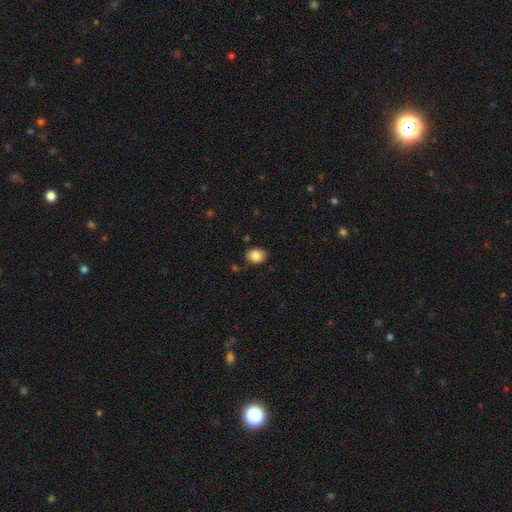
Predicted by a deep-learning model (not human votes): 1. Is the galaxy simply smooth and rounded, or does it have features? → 86% smooth, 9% star or artifact, 6% featured or disk.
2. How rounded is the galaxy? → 60% in between, 39% round, 1% cigar-shaped.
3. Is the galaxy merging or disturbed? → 85% none, 11% minor disturbance, 2% major disturbance, 2% merger.